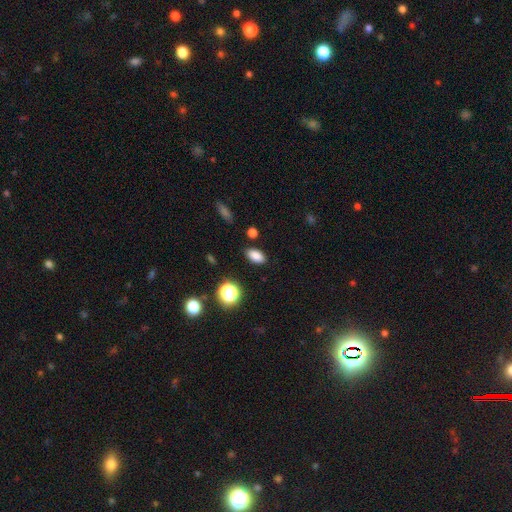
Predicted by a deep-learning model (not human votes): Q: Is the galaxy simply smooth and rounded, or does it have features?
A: smooth — 83%.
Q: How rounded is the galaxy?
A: in between — 88%.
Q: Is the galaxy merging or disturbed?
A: none — 87%.